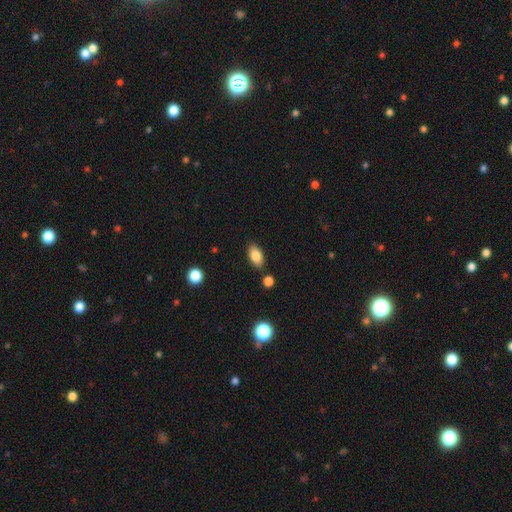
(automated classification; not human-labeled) Smooth or featured? smooth (84%)
How rounded? in between (91%)
Merging? none (84%)